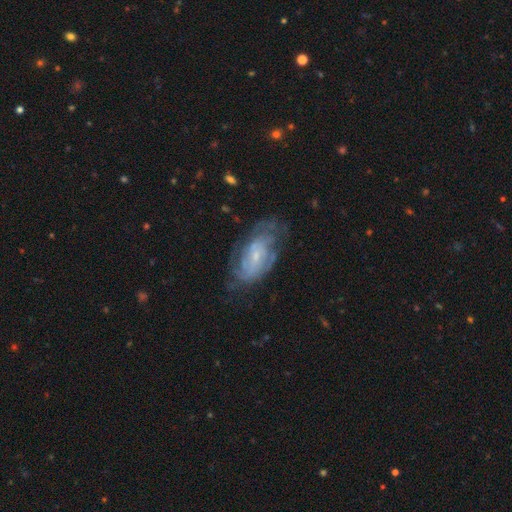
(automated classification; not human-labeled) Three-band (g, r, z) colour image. It shows a featured or disk galaxy (73%) with no bar (57%), tight (51%) spiral arms (84%) and a small central bulge (72%). Merging: none (61%).